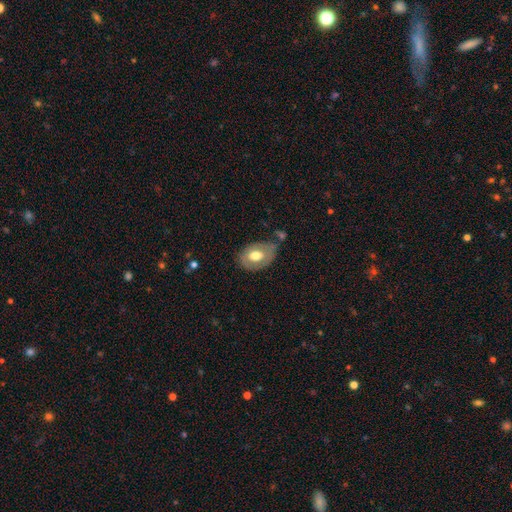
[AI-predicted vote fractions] This is possibly a smooth galaxy (58%). How rounded: clearly in between (82%). Merging: possibly none (58%).